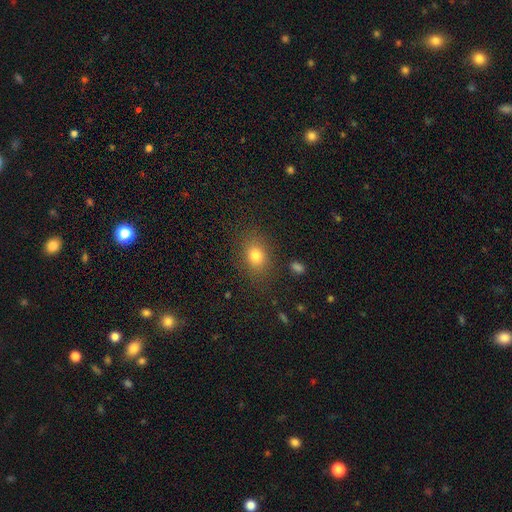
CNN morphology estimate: Q: Smooth or featured?
A: smooth (78%); runner-up: star or artifact (13%)
Q: How rounded?
A: in between (58%); runner-up: round (41%)
Q: Merging?
A: none (82%); runner-up: minor disturbance (11%)